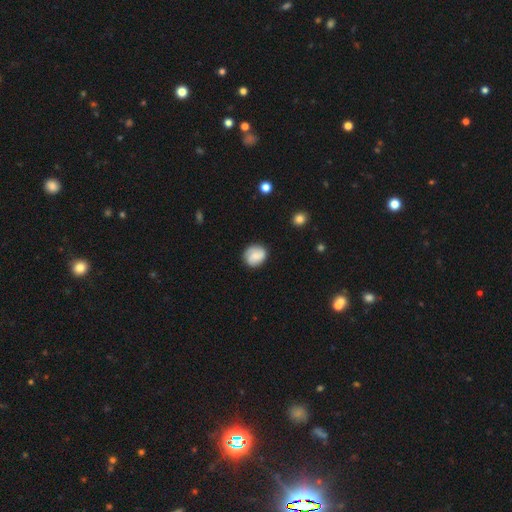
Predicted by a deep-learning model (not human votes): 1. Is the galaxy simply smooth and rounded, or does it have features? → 53% smooth, 39% featured or disk, 8% star or artifact.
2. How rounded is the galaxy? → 78% round, 21% in between, 1% cigar-shaped.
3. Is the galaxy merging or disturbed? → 82% none, 14% minor disturbance, 3% major disturbance, 1% merger.